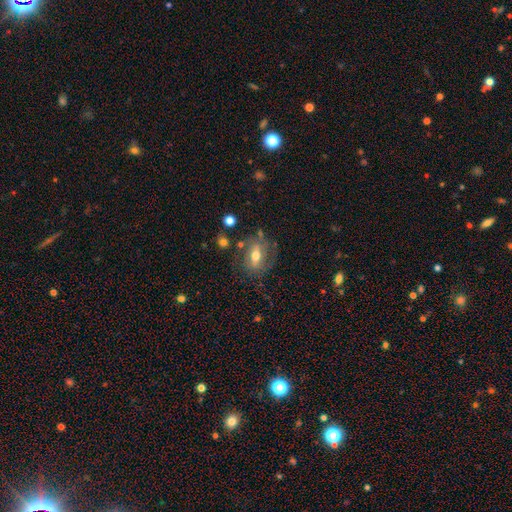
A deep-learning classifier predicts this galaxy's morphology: A smooth galaxy with no disk features (47%).

Vote fractions:
- Smooth or featured? smooth: 47% / featured or disk: 43% / star or artifact: 9%
- Merging? none: 64% / minor disturbance: 20% / major disturbance: 10% / merger: 5%